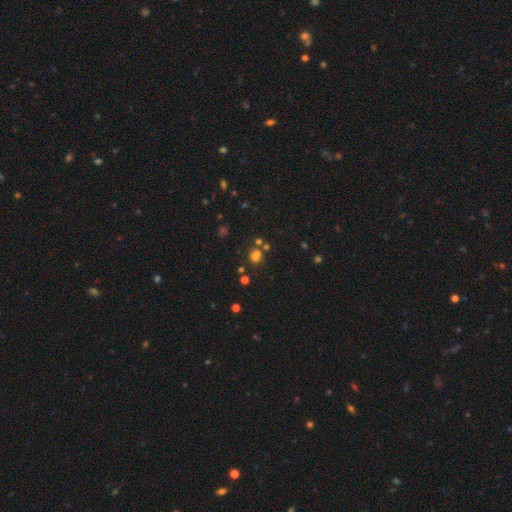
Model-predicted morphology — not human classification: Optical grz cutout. It shows a smooth galaxy with no disk features (62%) that is round (74%). Merging: none (64%).